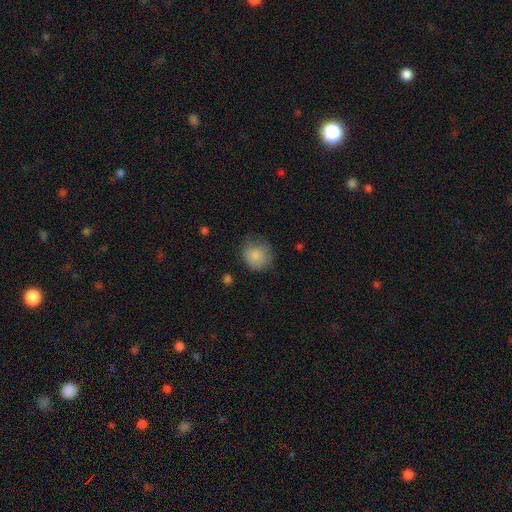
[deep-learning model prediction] Q: Smooth or featured?
A: smooth (85%); runner-up: star or artifact (9%)
Q: How rounded?
A: round (87%); runner-up: in between (12%)
Q: Merging?
A: none (68%); runner-up: minor disturbance (24%)